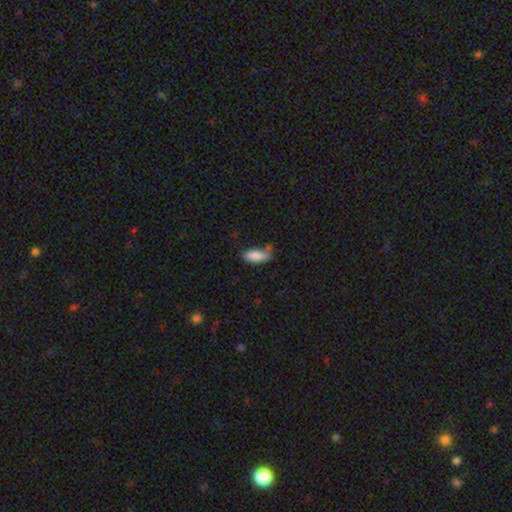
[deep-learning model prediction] Overall: smooth (86%). How rounded: in between (70%). Merging: none (61%; minor disturbance 24%).